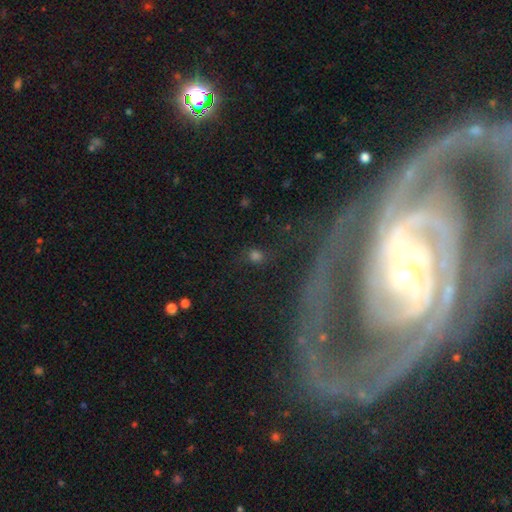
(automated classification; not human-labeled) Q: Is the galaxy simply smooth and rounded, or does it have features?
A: smooth — 51%.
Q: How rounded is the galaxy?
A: round — 66%.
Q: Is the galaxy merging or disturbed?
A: none — 70%.